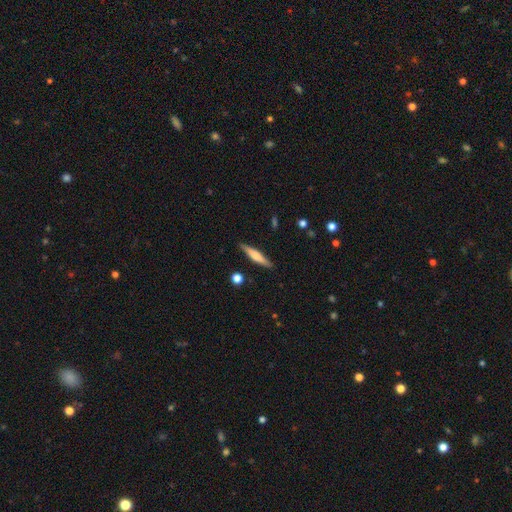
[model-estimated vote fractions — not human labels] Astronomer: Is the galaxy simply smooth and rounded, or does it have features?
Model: smooth — 51% (runner-up: featured or disk, 43%).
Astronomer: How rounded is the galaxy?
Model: cigar-shaped — 89%.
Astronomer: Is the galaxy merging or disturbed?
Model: none — 89%.